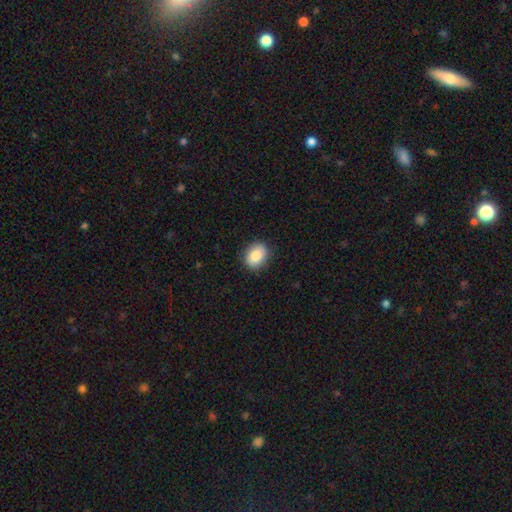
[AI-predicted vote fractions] A smooth galaxy with no disk features (85%) that is in between round and cigar-shaped (57%). Merging: none (87%).